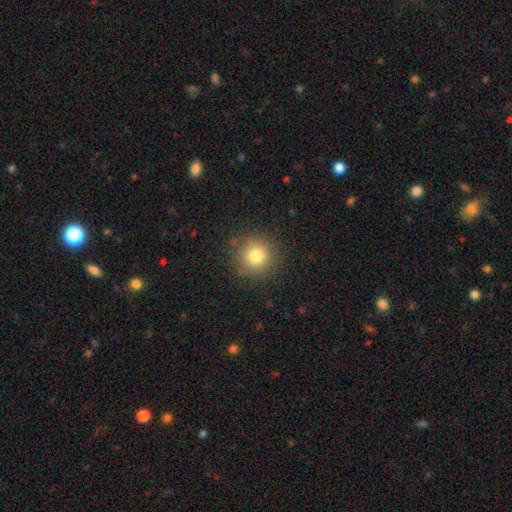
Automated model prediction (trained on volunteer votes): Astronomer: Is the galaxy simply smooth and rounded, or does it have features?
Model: smooth — 80%.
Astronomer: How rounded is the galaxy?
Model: round — 94%.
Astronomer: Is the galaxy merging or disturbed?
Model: none — 87%.